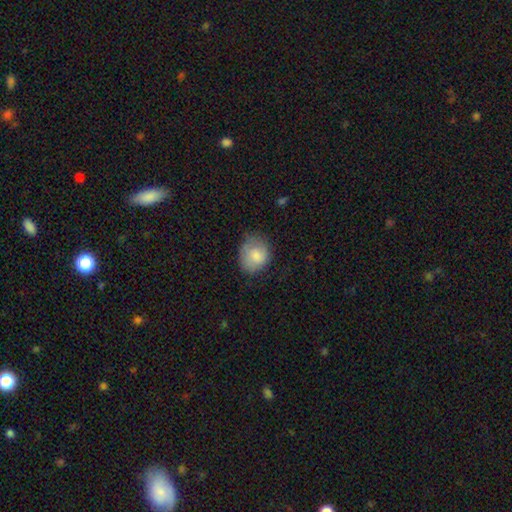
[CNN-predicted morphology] Overall: smooth (77%). How rounded: round (61%; in between 38%). Merging: none (62%; minor disturbance 28%).